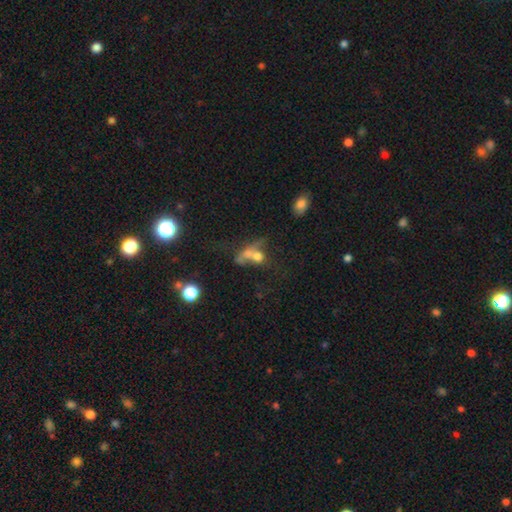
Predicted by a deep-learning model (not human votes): The model was most divided on "smooth or featured": smooth: 47%, featured or disk: 31%, star or artifact: 22%. Remaining: merging — merger (50%).